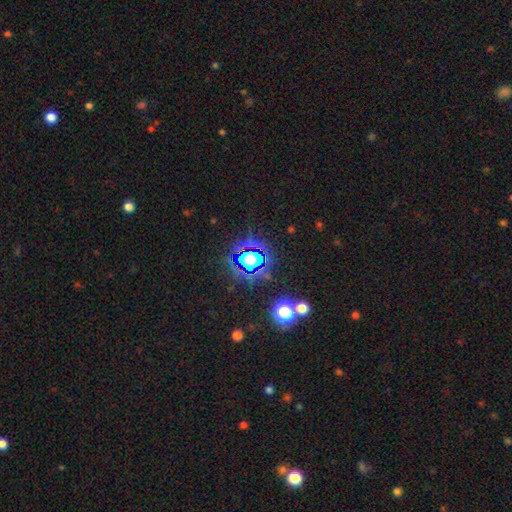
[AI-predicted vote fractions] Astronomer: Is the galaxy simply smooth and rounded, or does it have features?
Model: star or artifact — 79%.